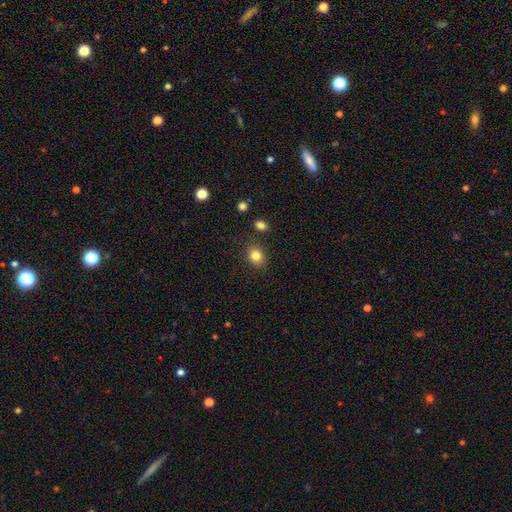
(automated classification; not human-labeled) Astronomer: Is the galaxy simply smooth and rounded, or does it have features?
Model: smooth — 83%.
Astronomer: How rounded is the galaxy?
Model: round — 57% (runner-up: in between, 42%).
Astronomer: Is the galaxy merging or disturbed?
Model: none — 85%.